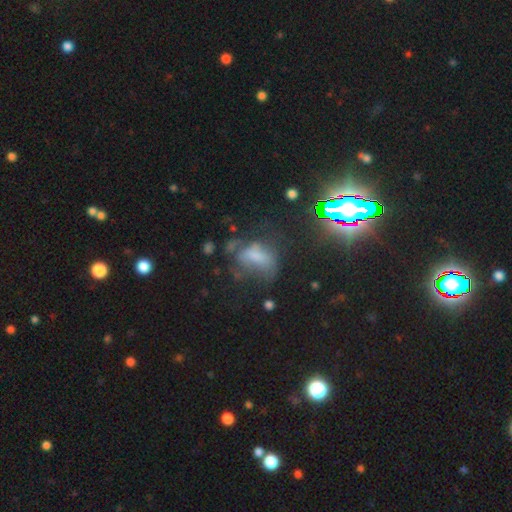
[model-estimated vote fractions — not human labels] smooth 37%, featured or disk 32%, star or artifact 31%. Down the decision tree: merging — none (36%).